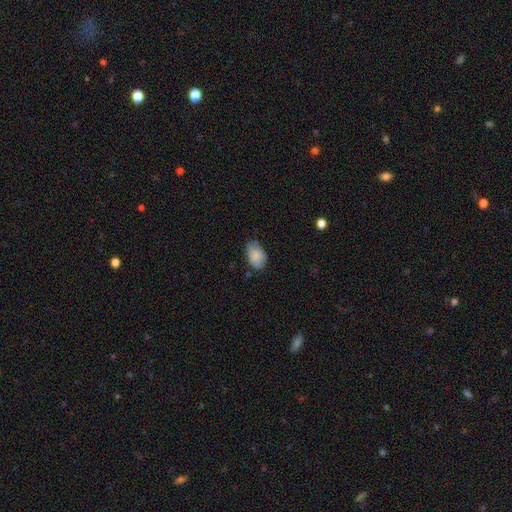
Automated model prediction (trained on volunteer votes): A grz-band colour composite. It shows a smooth galaxy with no disk features (83%) that is in between round and cigar-shaped (88%). Merging: none (66%).